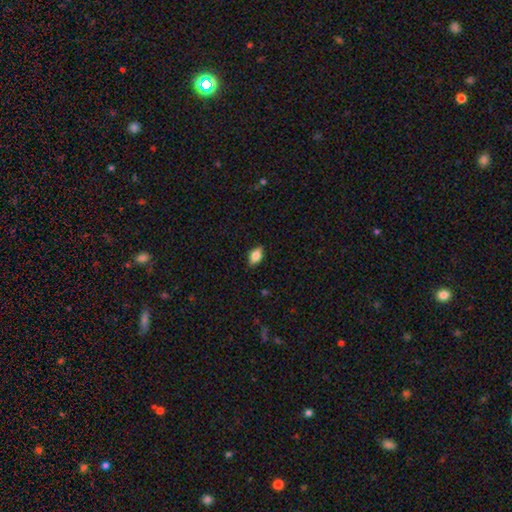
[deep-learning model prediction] Smooth or featured?
  - smooth: 83% *
  - featured or disk: 10%
  - star or artifact: 8%
How rounded?
  - in between: 89% *
  - round: 7%
  - cigar-shaped: 4%
Merging?
  - none: 86% *
  - minor disturbance: 11%
  - major disturbance: 2%
  - merger: 1%